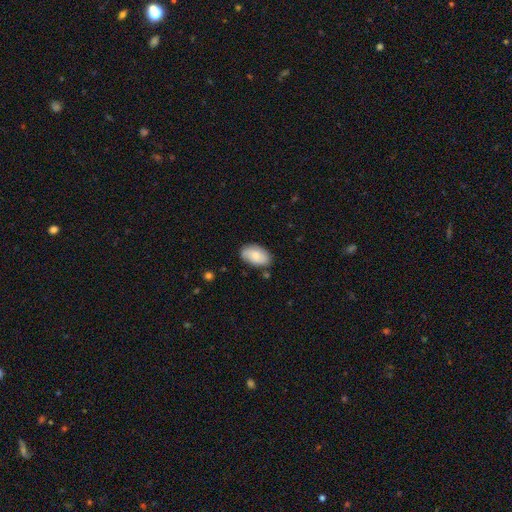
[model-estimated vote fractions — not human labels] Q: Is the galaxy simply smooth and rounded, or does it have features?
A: smooth — 73%.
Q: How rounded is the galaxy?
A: in between — 93%.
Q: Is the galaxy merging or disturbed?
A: none — 77%.